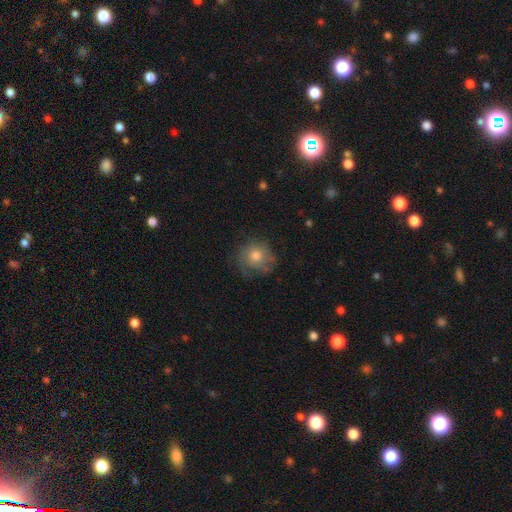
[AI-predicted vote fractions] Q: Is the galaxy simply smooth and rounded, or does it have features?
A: smooth — 66%.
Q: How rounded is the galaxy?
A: round — 85%.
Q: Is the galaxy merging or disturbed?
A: none — 66%.